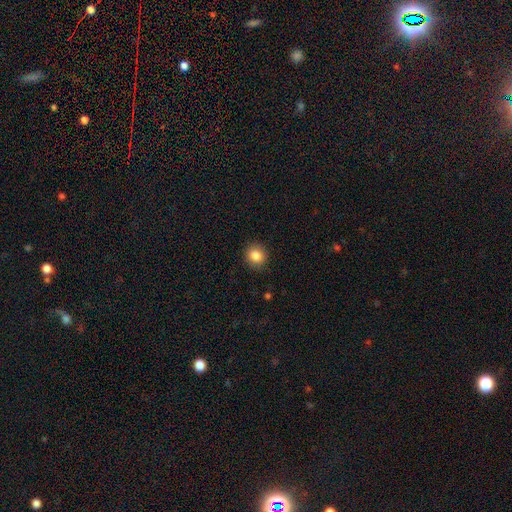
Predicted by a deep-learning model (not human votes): A smooth galaxy with no disk features (85%) that is round (78%). Merging: none (89%).